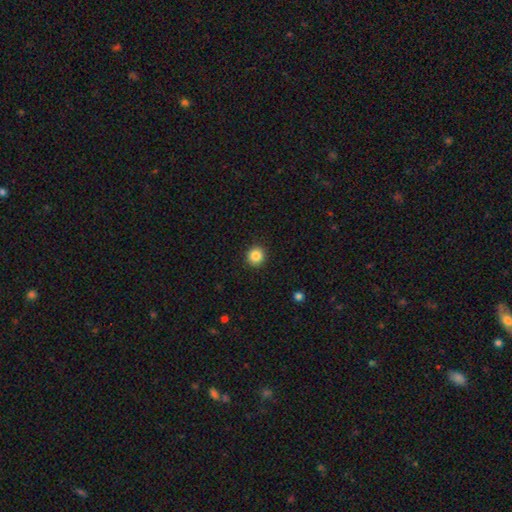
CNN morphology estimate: This appears to be a smooth galaxy with no disk features (85%) that is round (92%). Merging: none (92%).